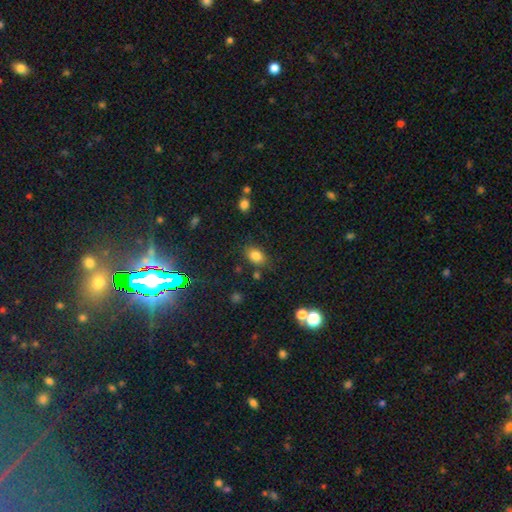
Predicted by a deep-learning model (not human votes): smooth 81%, star or artifact 12%, featured or disk 7%. Down the decision tree: how rounded — in between (77%); merging — none (76%).